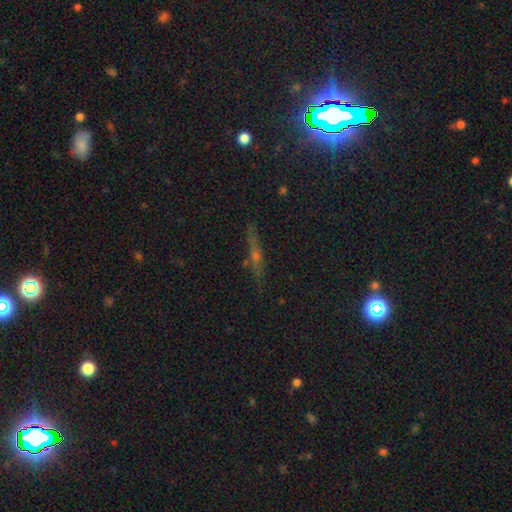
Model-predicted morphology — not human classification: The model was most divided on "smooth or featured": featured or disk: 53%, smooth: 24%, star or artifact: 23%. More confident: edge-on disk — yes (91%); merging — none (85%).